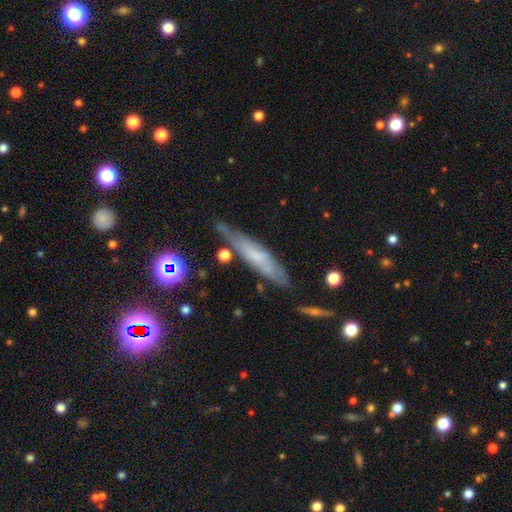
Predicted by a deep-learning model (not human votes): This appears to be a featured or disk galaxy (50%) viewed edge-on (66%). Merging: none (64%).